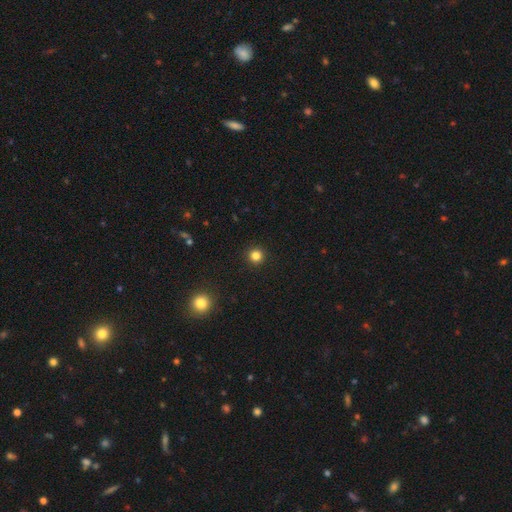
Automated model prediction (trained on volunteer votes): smooth 82%, star or artifact 13%, featured or disk 5%. Down the decision tree: how rounded — round (96%); merging — none (93%).